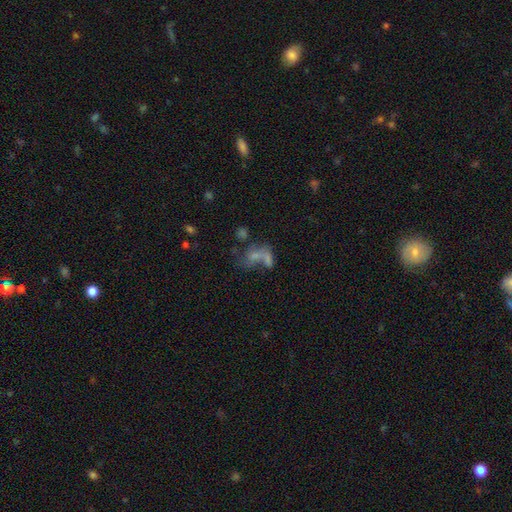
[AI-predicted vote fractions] smooth 38%, featured or disk 36%, star or artifact 26%. Down the decision tree: merging — merger (42%).